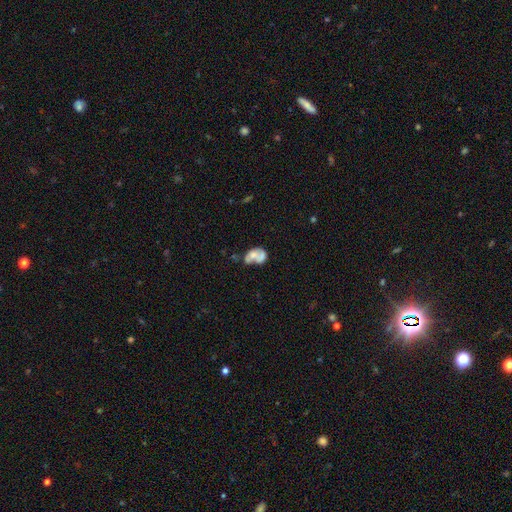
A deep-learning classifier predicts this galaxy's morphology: Smooth or featured? smooth (50%)
Merging? merger (48%)